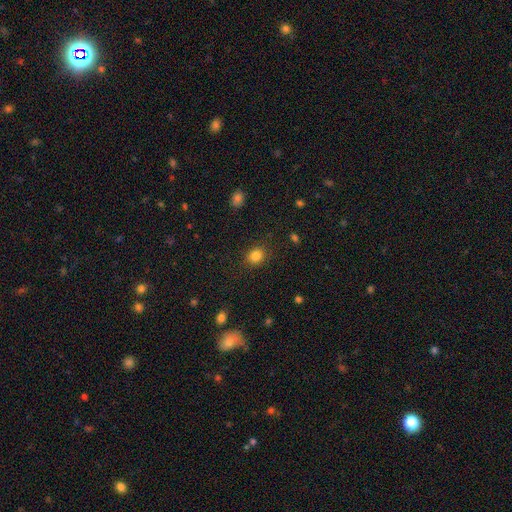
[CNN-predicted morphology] A smooth galaxy with no disk features (84%) that is round (69%).

Vote fractions:
- Smooth or featured? smooth: 84% / star or artifact: 11% / featured or disk: 5%
- How rounded? round: 69% / in between: 30% / cigar-shaped: 1%
- Merging? none: 87% / minor disturbance: 9% / major disturbance: 3% / merger: 1%